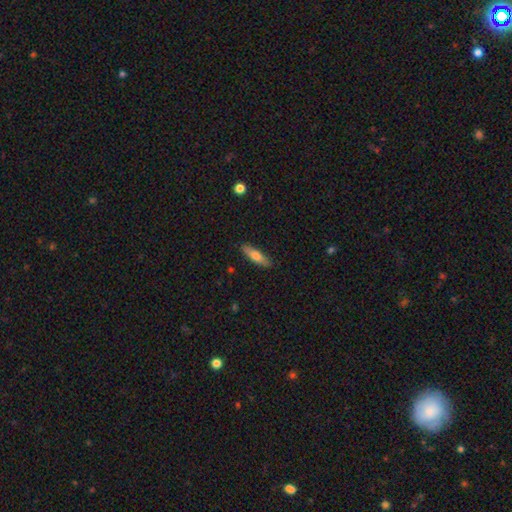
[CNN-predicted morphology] smooth-or-featured: smooth: 63% | featured or disk: 31% | star or artifact: 6%
  how-rounded: cigar-shaped: 66% | in between: 32% | round: 2%
  merging: none: 88% | minor disturbance: 9% | major disturbance: 2% | merger: 1%